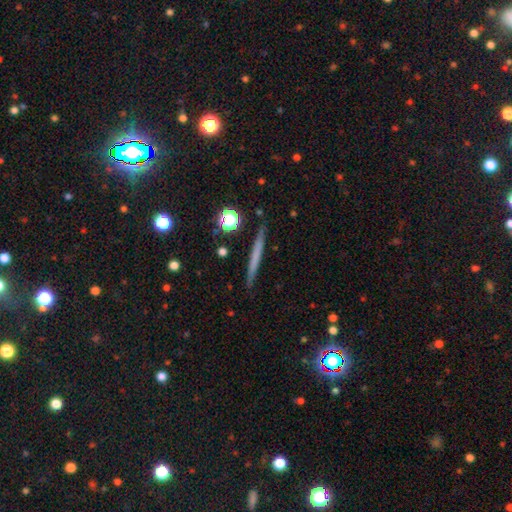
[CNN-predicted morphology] Smooth or featured? smooth (50%)
Merging? none (90%)